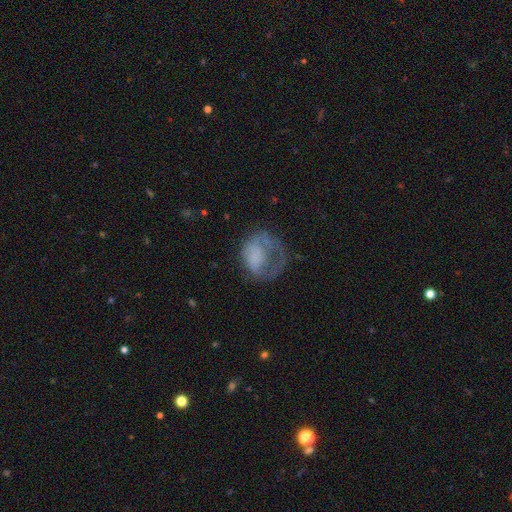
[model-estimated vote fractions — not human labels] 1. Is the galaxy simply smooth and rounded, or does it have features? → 47% smooth, 43% featured or disk, 10% star or artifact.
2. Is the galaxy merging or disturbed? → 45% major disturbance, 32% none, 20% minor disturbance, 3% merger.